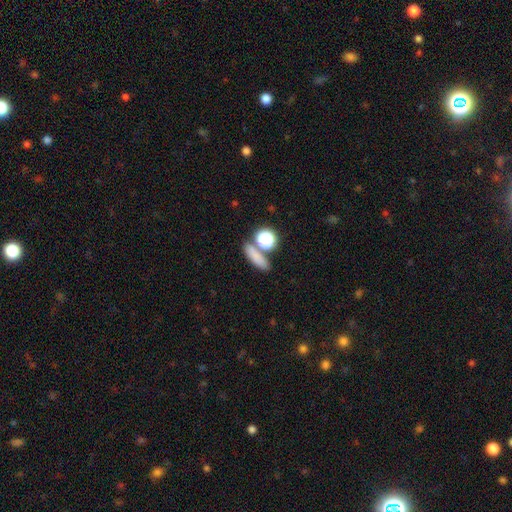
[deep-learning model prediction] Overall: smooth (76%). How rounded: in between (40%; cigar-shaped 35%). Merging: none (68%).